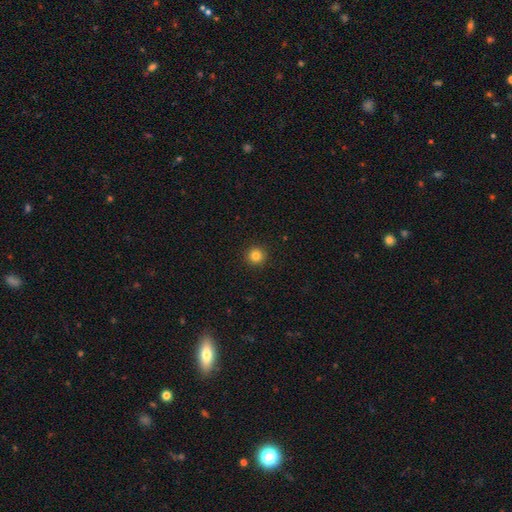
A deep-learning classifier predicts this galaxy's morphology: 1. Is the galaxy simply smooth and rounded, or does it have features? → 82% smooth, 12% star or artifact, 5% featured or disk.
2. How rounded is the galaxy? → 96% round, 3% in between, 1% cigar-shaped.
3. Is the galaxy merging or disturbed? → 93% none, 4% minor disturbance, 2% major disturbance, 1% merger.